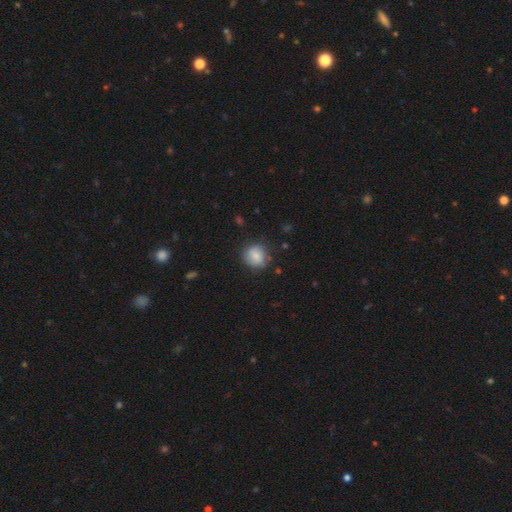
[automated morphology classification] A smooth galaxy with no disk features (81%) that is round (82%). Merging: none (78%).